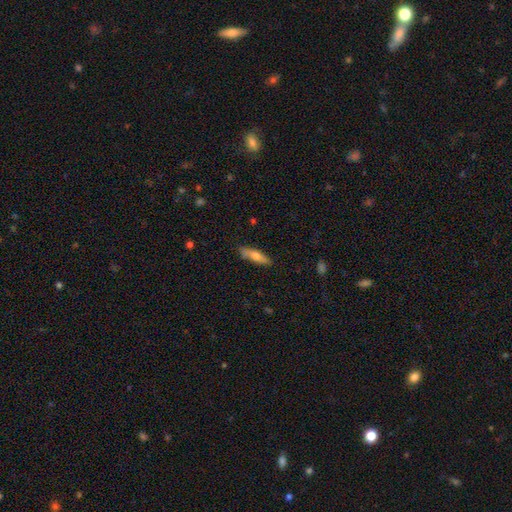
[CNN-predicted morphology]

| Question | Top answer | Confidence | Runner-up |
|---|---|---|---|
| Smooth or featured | smooth | 63% | featured or disk (31%) |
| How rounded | cigar-shaped | 66% | in between (32%) |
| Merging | none | 84% | minor disturbance (12%) |